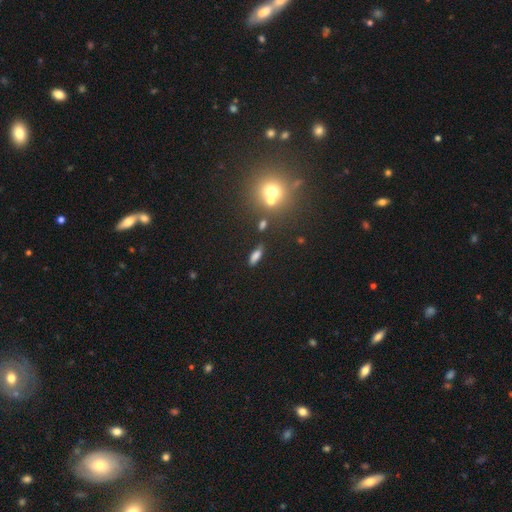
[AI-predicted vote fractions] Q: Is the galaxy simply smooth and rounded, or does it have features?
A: smooth — 73%.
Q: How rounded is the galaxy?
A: in between — 54%.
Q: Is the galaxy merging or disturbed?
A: none — 77%.